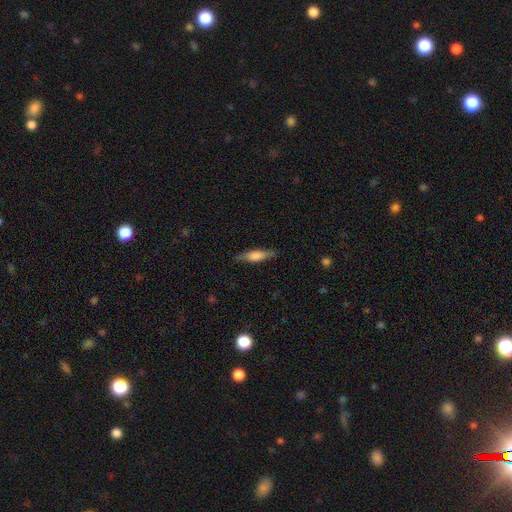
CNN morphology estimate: Overall: smooth (61%; featured or disk 33%). How rounded: cigar-shaped (68%; in between 30%). Merging: none (84%).